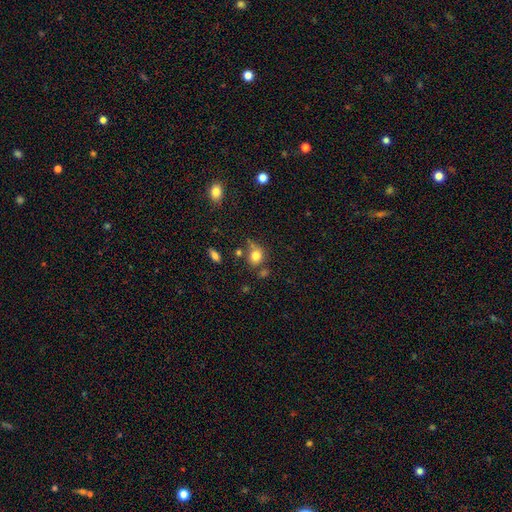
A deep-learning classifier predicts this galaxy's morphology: Smooth or featured? smooth (80%)
How rounded? round (70%)
Merging? none (61%)